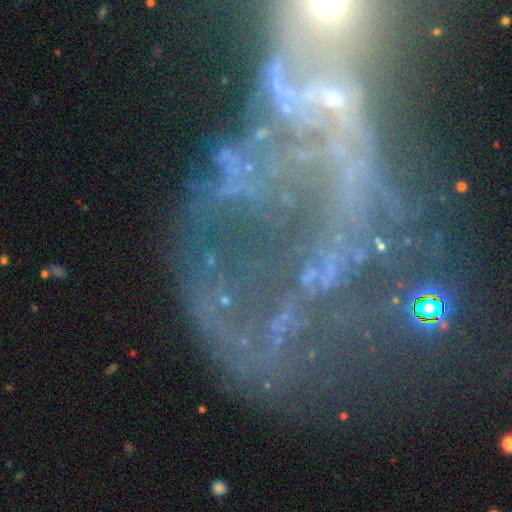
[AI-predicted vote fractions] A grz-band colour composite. It shows a featured or disk galaxy (56%) with no bar (59%), spiral arms (57%) and no central bulge (38%). Merging: none (47%).